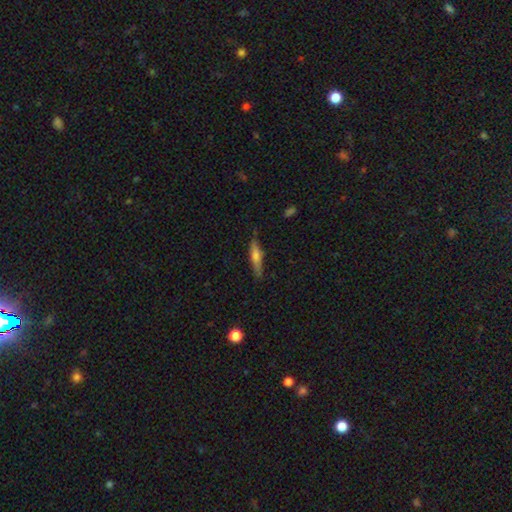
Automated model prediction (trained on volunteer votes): A smooth galaxy with no disk features (49%). Merging: none (83%).